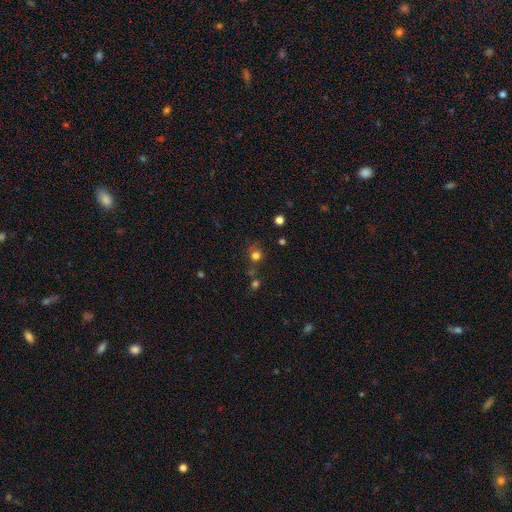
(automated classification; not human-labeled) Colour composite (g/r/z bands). It shows a smooth galaxy with no disk features (71%) that is round (84%). Merging: none (67%).